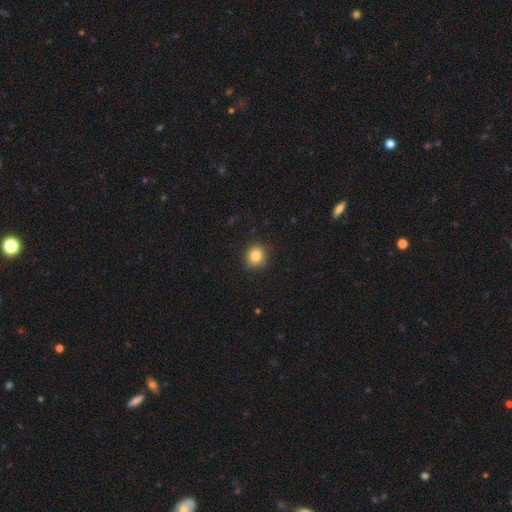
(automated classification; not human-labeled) Smooth or featured?
  - smooth: 84% *
  - star or artifact: 11%
  - featured or disk: 6%
How rounded?
  - round: 79% *
  - in between: 20%
  - cigar-shaped: 1%
Merging?
  - none: 87% *
  - minor disturbance: 10%
  - major disturbance: 2%
  - merger: 1%